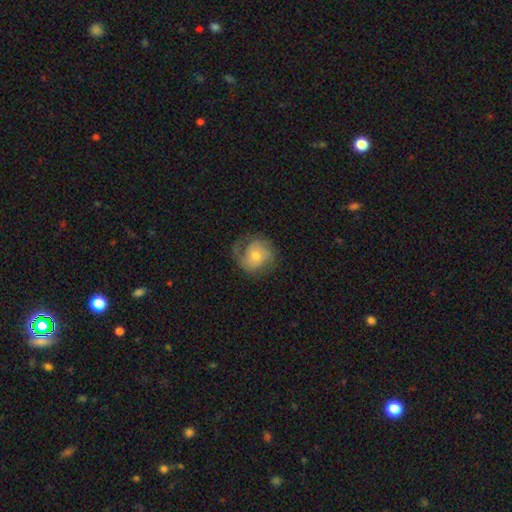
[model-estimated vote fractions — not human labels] Overall: featured or disk (59%; smooth 33%). Edge-on disk: no (97%). Bar: no (73%). Spiral arms: yes (87%). Spiral arm count: 2 (47%; 1 27%). Spiral winding: medium (40%; tight 37%). Bulge size: moderate (50%; small 43%). Merging: none (60%; minor disturbance 22%).